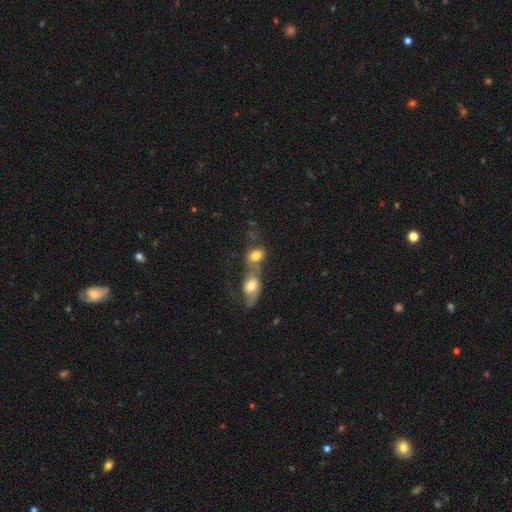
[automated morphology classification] This appears to be a smooth galaxy with no disk features (73%) that is in between round and cigar-shaped (68%). Merging: merger (68%).